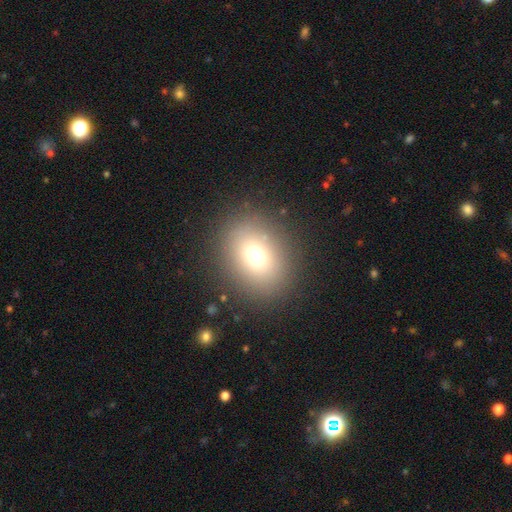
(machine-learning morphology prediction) Overall: smooth (71%). How rounded: round (53%; in between 46%). Merging: none (86%).